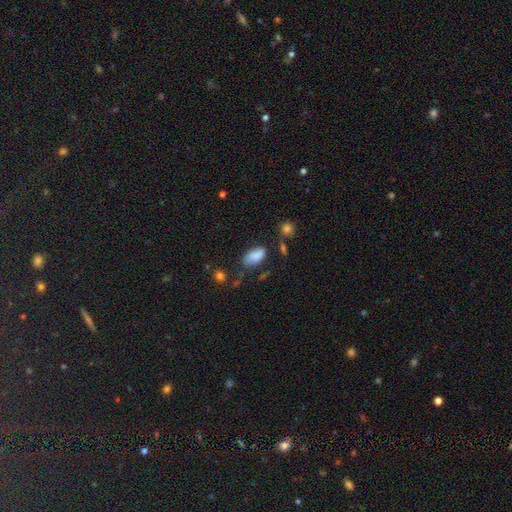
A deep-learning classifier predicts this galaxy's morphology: A smooth galaxy with no disk features (84%) that is in between round and cigar-shaped (93%).

Vote fractions:
- Smooth or featured? smooth: 84% / star or artifact: 8% / featured or disk: 8%
- How rounded? in between: 93% / round: 4% / cigar-shaped: 3%
- Merging? none: 58% / minor disturbance: 28% / major disturbance: 9% / merger: 5%